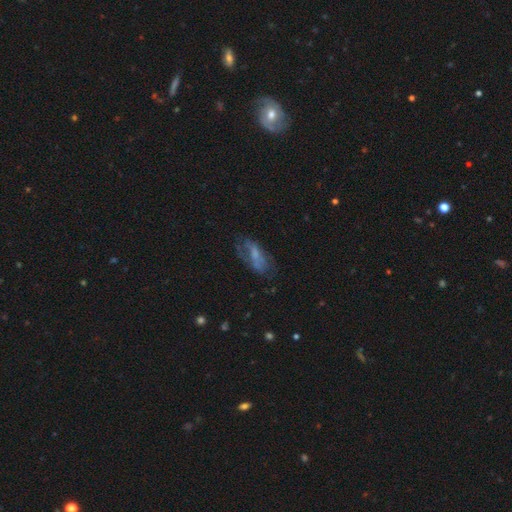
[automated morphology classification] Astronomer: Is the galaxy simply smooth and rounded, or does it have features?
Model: featured or disk — 49% (runner-up: smooth, 40%).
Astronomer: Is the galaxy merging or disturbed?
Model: none — 49%.